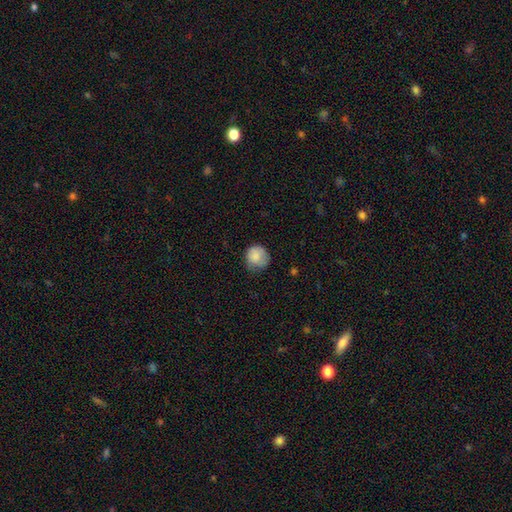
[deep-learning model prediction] This is clearly a smooth galaxy (83%). How rounded: clearly round (88%). Merging: likely none (65%).